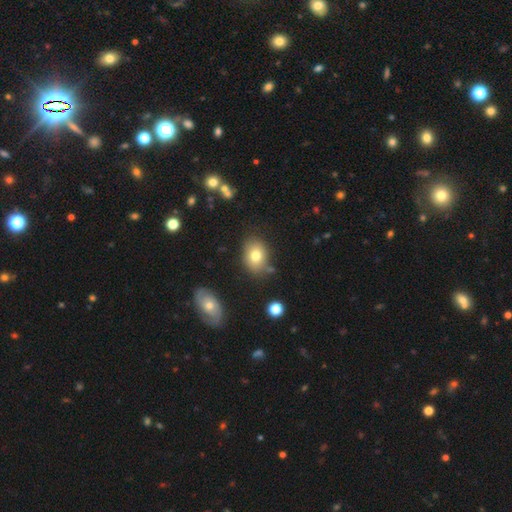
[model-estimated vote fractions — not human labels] Smooth or featured: smooth — 77% (featured or disk — 13%)
How rounded: in between — 64% (round — 35%)
Merging: none — 72% (minor disturbance — 17%)